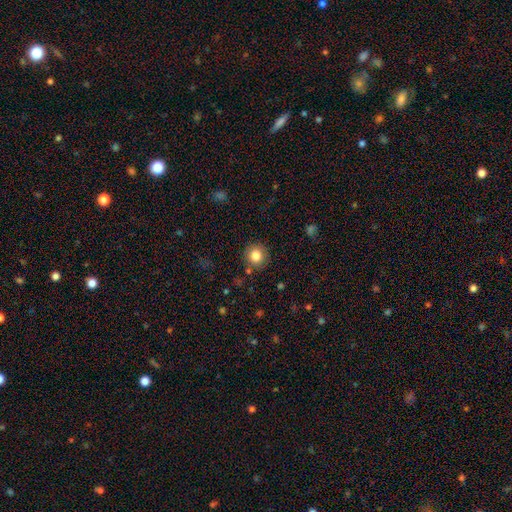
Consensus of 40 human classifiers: smooth-or-featured: smooth: 80% | featured or disk: 10% | star or artifact: 10%
  how-rounded: round: 97% | in between: 3% | cigar-shaped: 0%
  merging: none: 89% | minor disturbance: 8% | major disturbance: 3% | merger: 0%